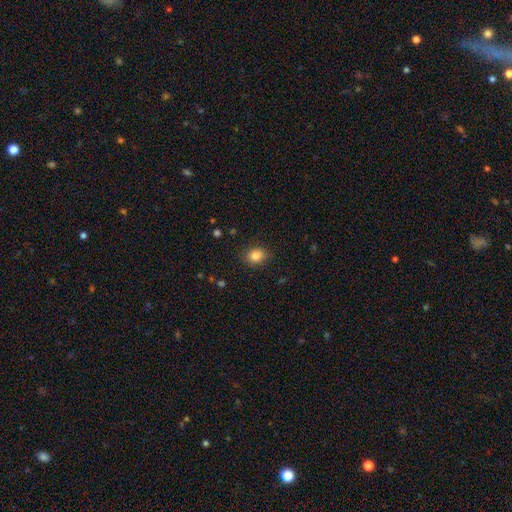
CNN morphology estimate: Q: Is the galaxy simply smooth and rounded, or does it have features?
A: smooth — 84%.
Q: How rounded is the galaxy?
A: round — 53%.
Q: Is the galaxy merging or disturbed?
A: none — 85%.